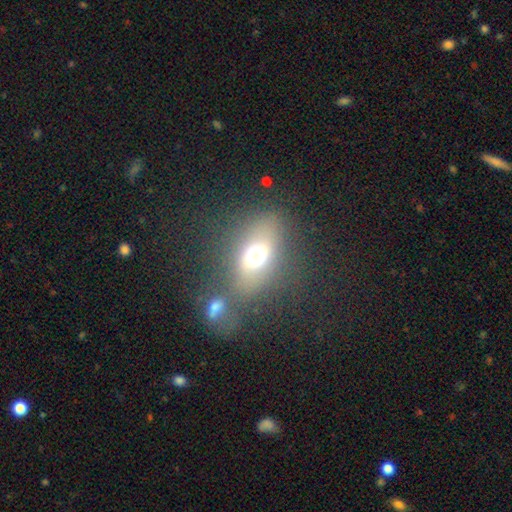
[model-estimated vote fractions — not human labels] smooth 63%, featured or disk 22%, star or artifact 15%. Down the decision tree: how rounded — in between (69%); merging — none (63%).